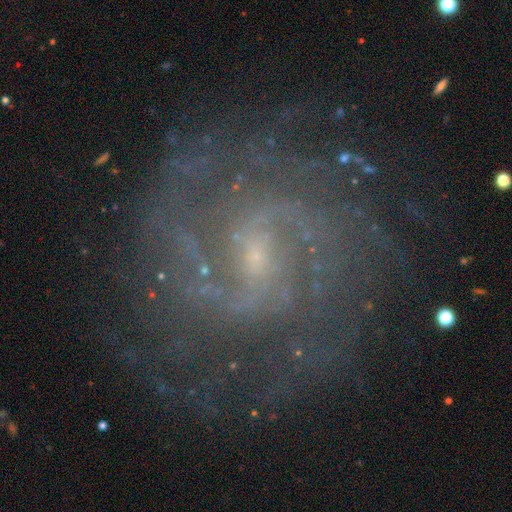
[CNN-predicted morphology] Smooth or featured?
  - featured or disk: 83% *
  - star or artifact: 12%
  - smooth: 5%
Edge-on disk?
  - no: 97% *
  - yes: 3%
Bar?
  - weak: 53% *
  - strong: 28%
  - no: 19%
Spiral arms?
  - yes: 97% *
  - no: 3%
Spiral winding?
  - tight: 52% *
  - medium: 39%
  - loose: 9%
Spiral arm count?
  - 2: 57% *
  - can't tell: 16%
  - 3: 9%
  - 4: 7%
  - more than 4: 6%
  - 1: 5%
Bulge size?
  - small: 77% *
  - moderate: 14%
  - none: 7%
  - large: 1%
  - dominant: 1%
Merging?
  - none: 81% *
  - minor disturbance: 11%
  - major disturbance: 6%
  - merger: 1%